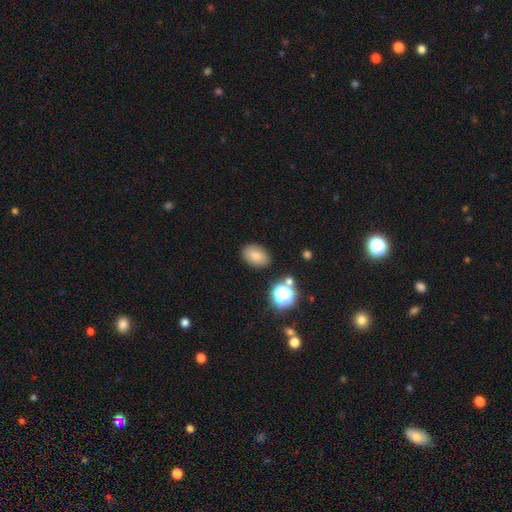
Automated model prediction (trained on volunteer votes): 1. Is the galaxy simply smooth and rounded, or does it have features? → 80% smooth, 12% star or artifact, 8% featured or disk.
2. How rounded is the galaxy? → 85% in between, 14% round, 1% cigar-shaped.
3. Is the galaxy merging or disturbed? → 84% none, 10% minor disturbance, 3% major disturbance, 3% merger.